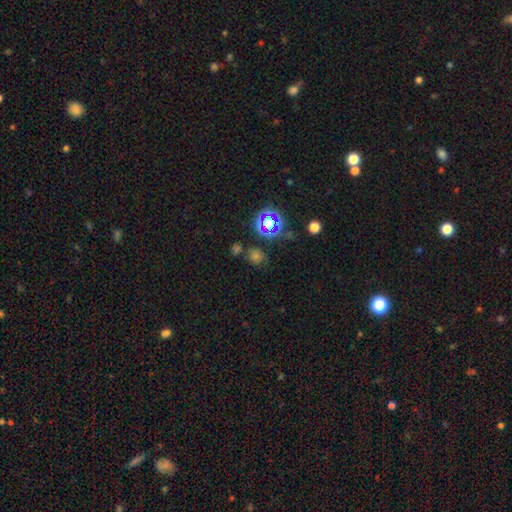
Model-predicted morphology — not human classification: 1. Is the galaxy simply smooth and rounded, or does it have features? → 49% star or artifact, 43% smooth, 8% featured or disk.